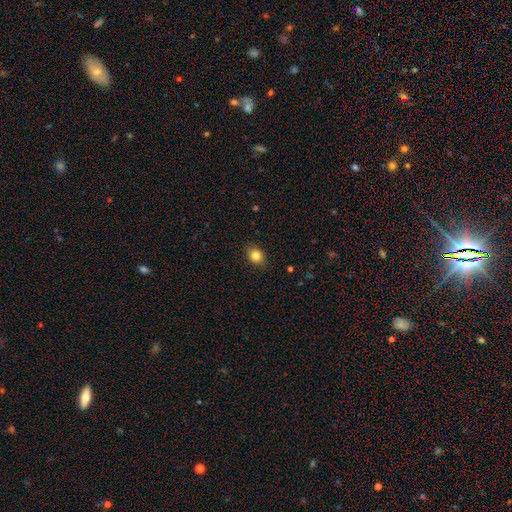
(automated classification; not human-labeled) The model was most divided on "how rounded": in between: 54%, round: 45%, cigar-shaped: 1%. More confident: merging — none (86%); smooth or featured — smooth (83%).